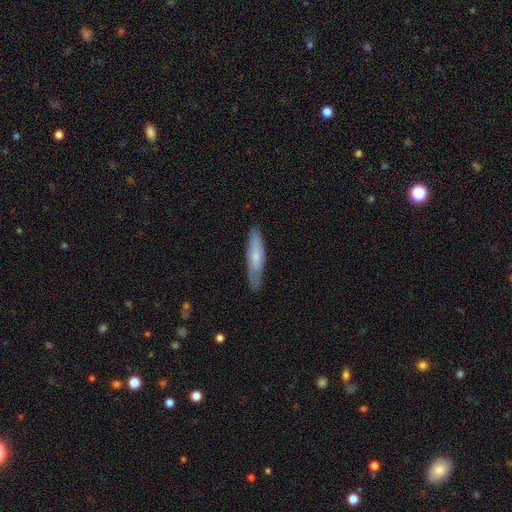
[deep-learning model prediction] Morphology: type=smooth (59%); roundness=cigar-shaped (77%); merging=none (80%).